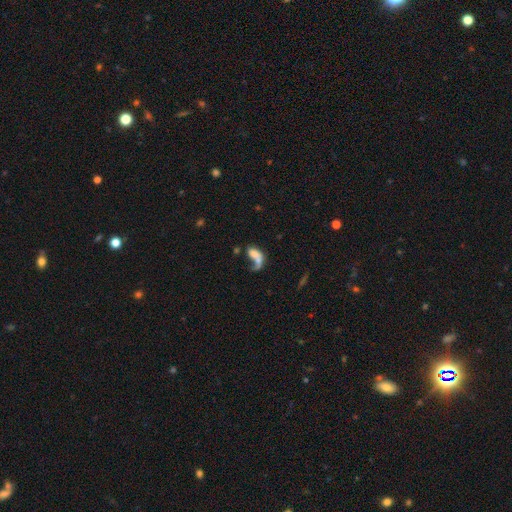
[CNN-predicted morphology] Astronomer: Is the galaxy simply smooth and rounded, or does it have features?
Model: smooth — 55% (runner-up: featured or disk, 34%).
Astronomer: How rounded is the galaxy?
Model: in between — 80%.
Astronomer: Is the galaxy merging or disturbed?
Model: merger — 41% (runner-up: major disturbance, 29%).